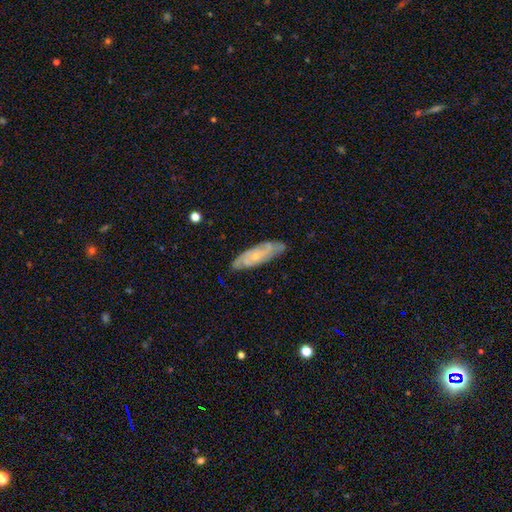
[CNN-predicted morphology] Smooth or featured?
  - featured or disk: 68% *
  - smooth: 26%
  - star or artifact: 6%
Edge-on disk?
  - no: 81% *
  - yes: 19%
Bar?
  - no: 72% *
  - weak: 24%
  - strong: 4%
Spiral arms?
  - yes: 88% *
  - no: 12%
Bulge size?
  - small: 73% *
  - moderate: 19%
  - none: 6%
  - large: 1%
  - dominant: 1%
Merging?
  - none: 77% *
  - minor disturbance: 18%
  - major disturbance: 4%
  - merger: 1%